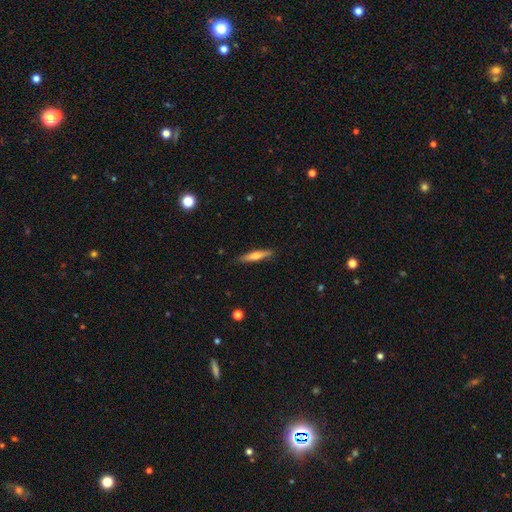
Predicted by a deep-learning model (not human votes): Smooth or featured? smooth (48%)
Merging? none (87%)